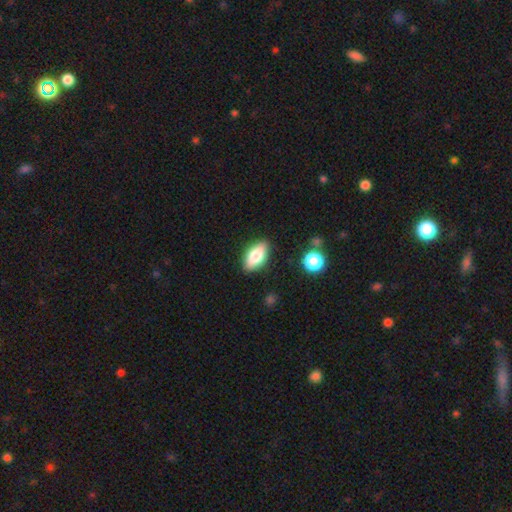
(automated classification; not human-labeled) Smooth or featured? Predicted: smooth (p=0.76). How rounded? Predicted: in between (p=0.89). Merging? Predicted: none (p=0.86).